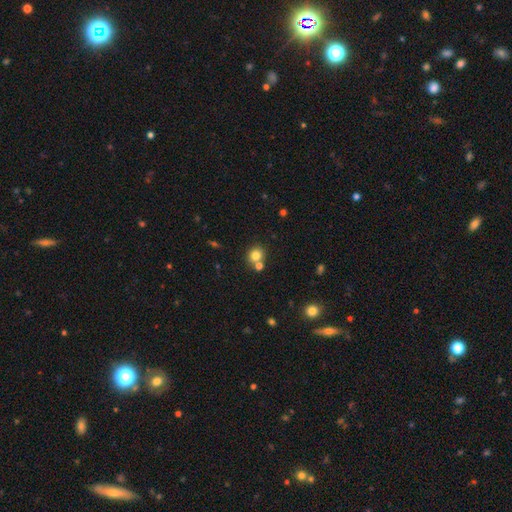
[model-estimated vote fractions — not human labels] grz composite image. It shows a smooth galaxy with no disk features (79%) that is round (85%). Merging: none (62%).